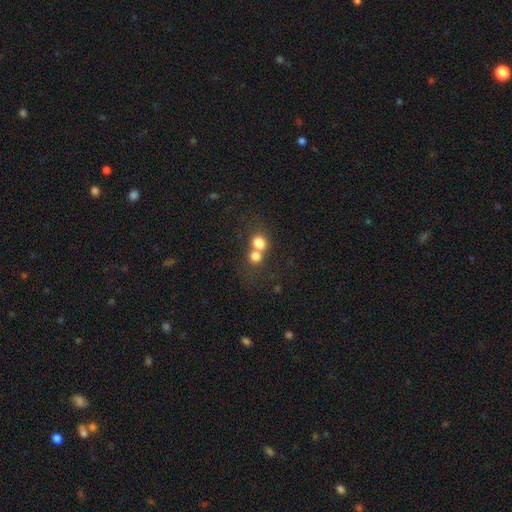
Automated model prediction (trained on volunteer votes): smooth 75%, featured or disk 13%, star or artifact 12%. Down the decision tree: how rounded — round (79%); merging — merger (60%).